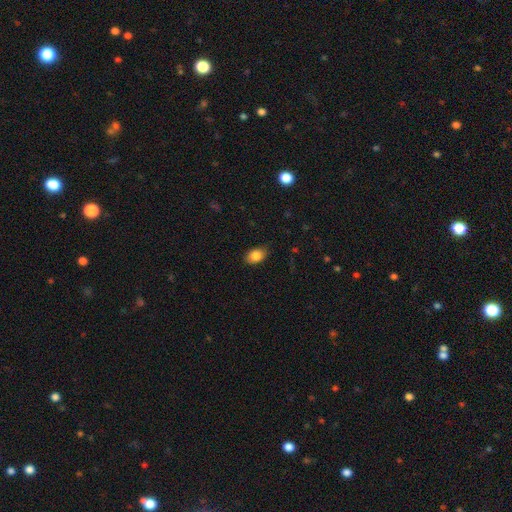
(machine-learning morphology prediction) Smooth or featured: smooth — 85% (star or artifact — 8%)
How rounded: in between — 80% (round — 19%)
Merging: none — 82% (minor disturbance — 14%)